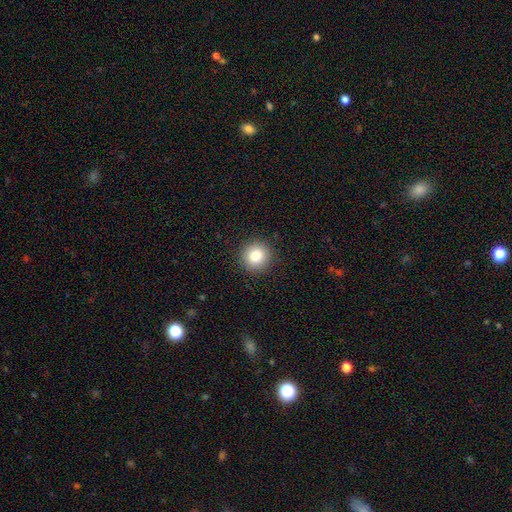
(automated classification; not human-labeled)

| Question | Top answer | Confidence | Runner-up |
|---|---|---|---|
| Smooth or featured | smooth | 84% | star or artifact (10%) |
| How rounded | round | 92% | in between (7%) |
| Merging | none | 91% | minor disturbance (6%) |